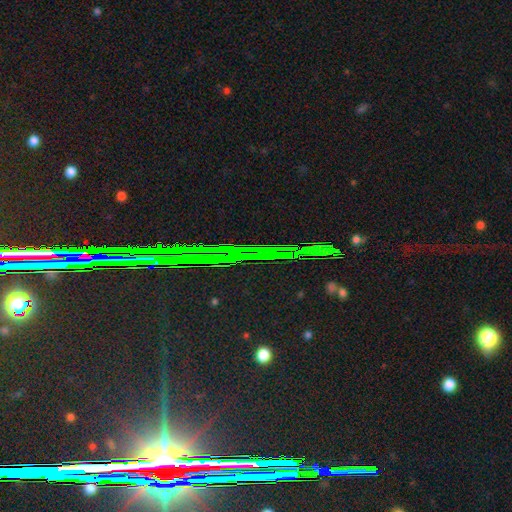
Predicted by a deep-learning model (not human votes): A star or artifact, not a galaxy (80%).